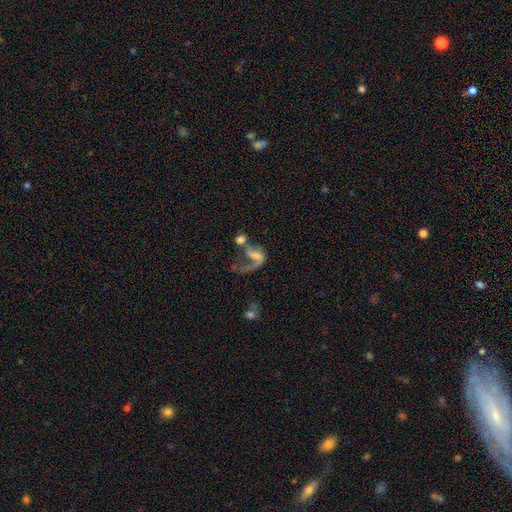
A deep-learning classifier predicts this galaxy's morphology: Smooth or featured?
  - featured or disk: 66% *
  - smooth: 22%
  - star or artifact: 12%
Edge-on disk?
  - no: 96% *
  - yes: 4%
Bar?
  - no: 51% *
  - weak: 33%
  - strong: 16%
Spiral arms?
  - yes: 72% *
  - no: 28%
Bulge size?
  - none: 37% *
  - small: 32%
  - moderate: 23%
  - large: 6%
  - dominant: 2%
Merging?
  - major disturbance: 37% *
  - merger: 34%
  - none: 19%
  - minor disturbance: 10%